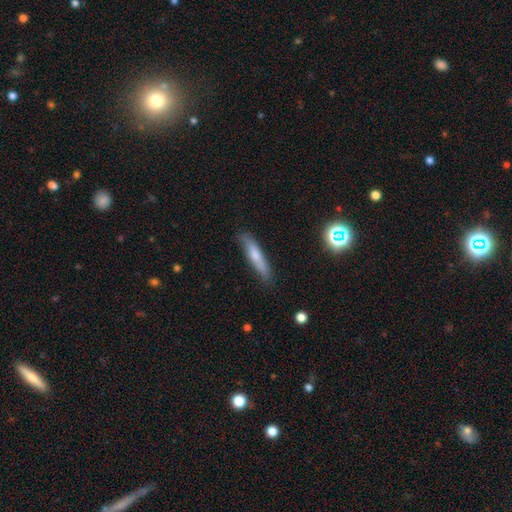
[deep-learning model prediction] A smooth galaxy with no disk features (64%) that is cigar-shaped (85%).

Vote fractions:
- Smooth or featured? smooth: 64% / featured or disk: 28% / star or artifact: 7%
- How rounded? cigar-shaped: 85% / in between: 13% / round: 2%
- Merging? none: 81% / minor disturbance: 15% / major disturbance: 3% / merger: 2%